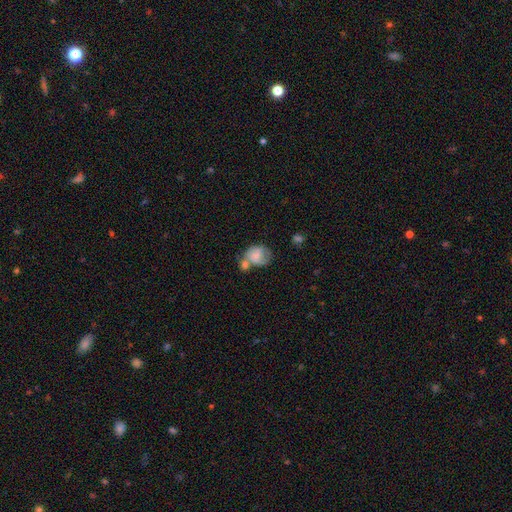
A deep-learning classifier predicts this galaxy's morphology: smooth_or_featured: smooth (p=0.62) [alt: featured or disk p=0.30]
how_rounded: round (p=0.53) [alt: in between p=0.46]
merging: merger (p=0.42) [alt: none p=0.27]